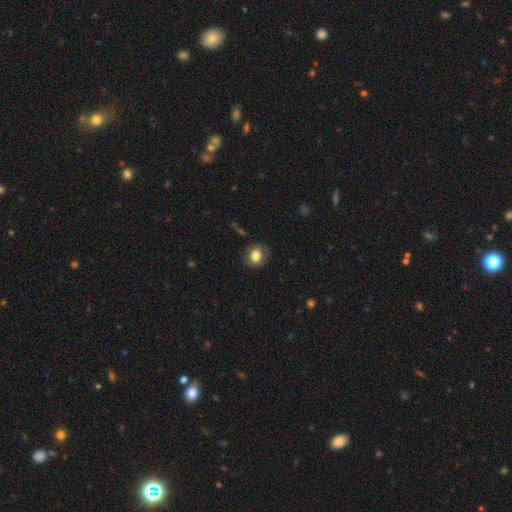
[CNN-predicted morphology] A smooth galaxy with no disk features (79%) that is round (55%).

Vote fractions:
- Smooth or featured? smooth: 79% / featured or disk: 12% / star or artifact: 9%
- How rounded? round: 55% / in between: 44% / cigar-shaped: 1%
- Merging? none: 84% / minor disturbance: 11% / major disturbance: 3% / merger: 1%